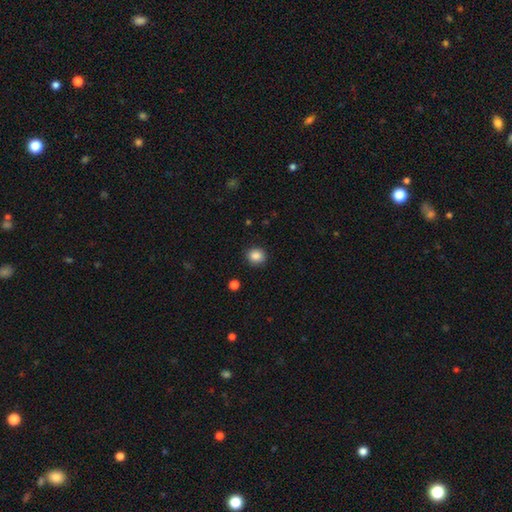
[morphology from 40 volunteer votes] This is clearly a smooth galaxy (88%). How rounded: likely round (74%). Merging: clearly none (97%).